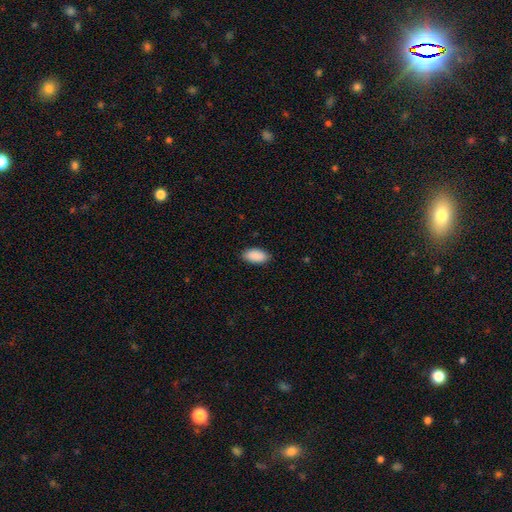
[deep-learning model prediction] This is clearly a smooth galaxy (91%). How rounded: clearly in between (94%). Merging: clearly none (87%).